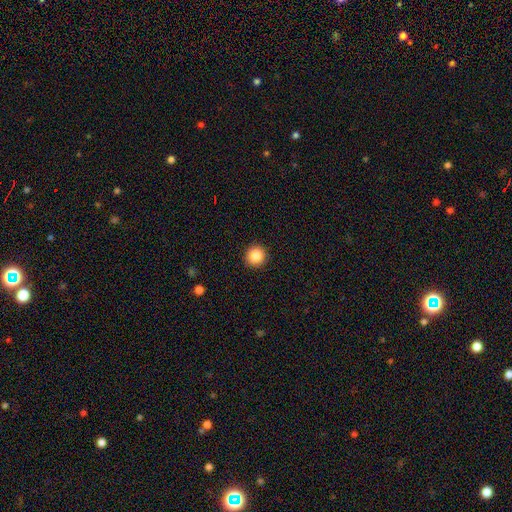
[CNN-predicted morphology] smooth 85%, star or artifact 10%, featured or disk 5%. Down the decision tree: how rounded — round (95%); merging — none (93%).